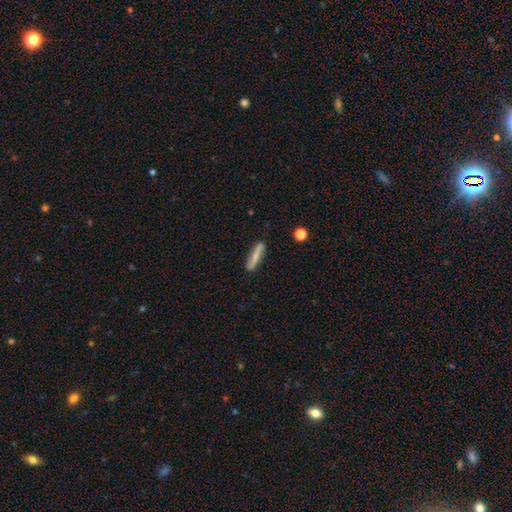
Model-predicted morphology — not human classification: smooth_or_featured: smooth (p=0.61) [alt: featured or disk p=0.32]
how_rounded: cigar-shaped (p=0.83) [alt: in between p=0.15]
merging: none (p=0.84) [alt: minor disturbance p=0.12]